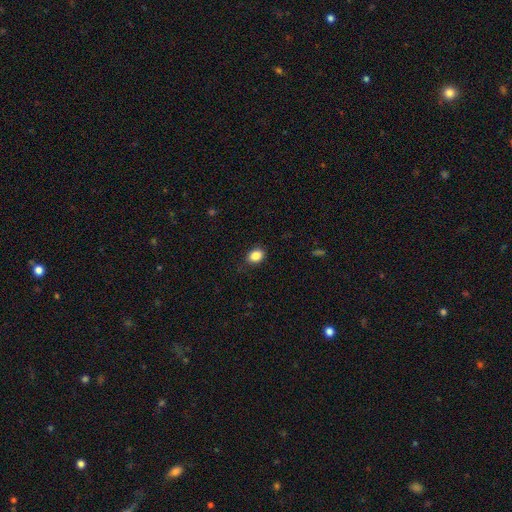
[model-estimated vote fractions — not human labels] This appears to be a smooth galaxy with no disk features (86%) that is in between round and cigar-shaped (58%). Merging: none (83%).